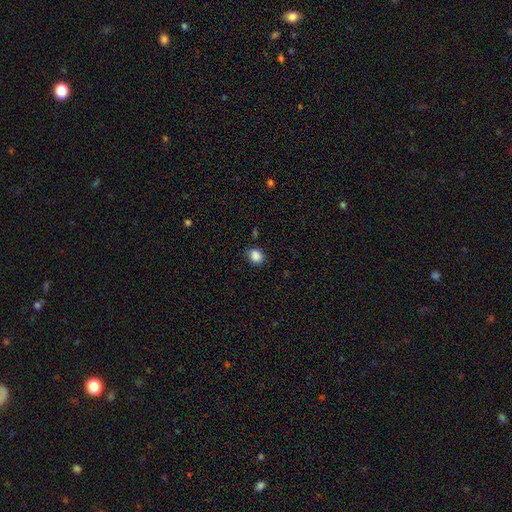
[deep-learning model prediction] A smooth galaxy with no disk features (87%) that is round (56%). Merging: none (78%).